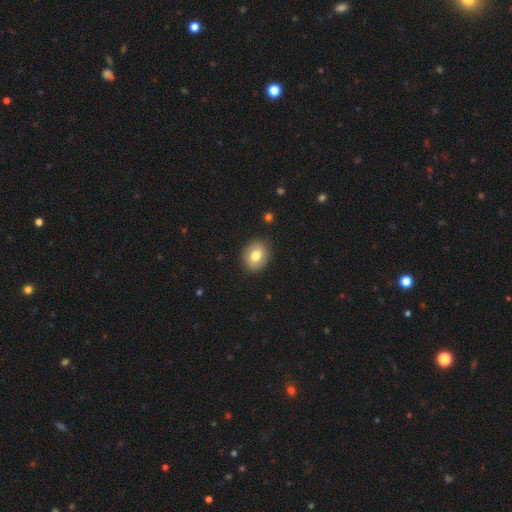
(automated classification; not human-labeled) This is likely a smooth galaxy (79%). How rounded: possibly round (52%). Merging: clearly none (88%).